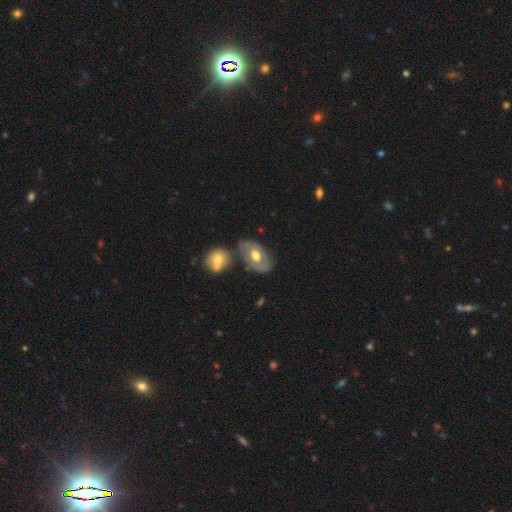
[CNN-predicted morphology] featured or disk 60%, smooth 35%, star or artifact 6%. Down the decision tree: edge-on disk — no (92%); bar — no (70%); spiral arms — no (56%); bulge size — moderate (68%); merging — none (59%).